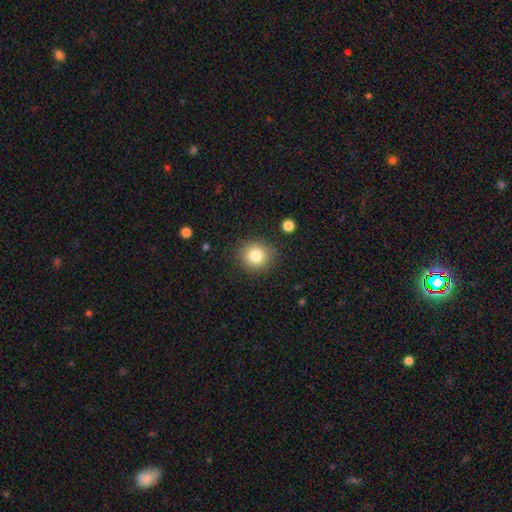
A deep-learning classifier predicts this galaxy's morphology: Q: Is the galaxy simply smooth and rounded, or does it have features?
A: smooth — 81%.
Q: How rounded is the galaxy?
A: round — 88%.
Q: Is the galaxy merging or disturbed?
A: none — 87%.